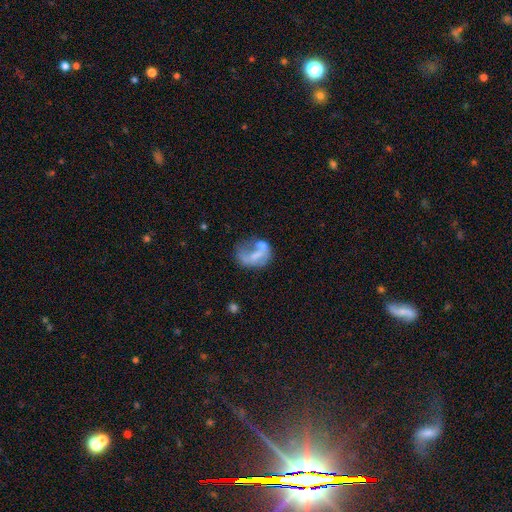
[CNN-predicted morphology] smooth-or-featured: featured or disk: 45% | smooth: 44% | star or artifact: 10%
  merging: major disturbance: 34% | none: 25% | merger: 23% | minor disturbance: 18%